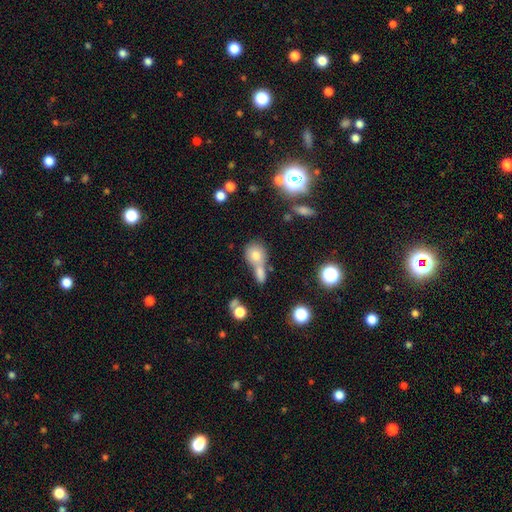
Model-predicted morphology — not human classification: Smooth or featured? smooth (75%)
How rounded? round (63%)
Merging? merger (52%)